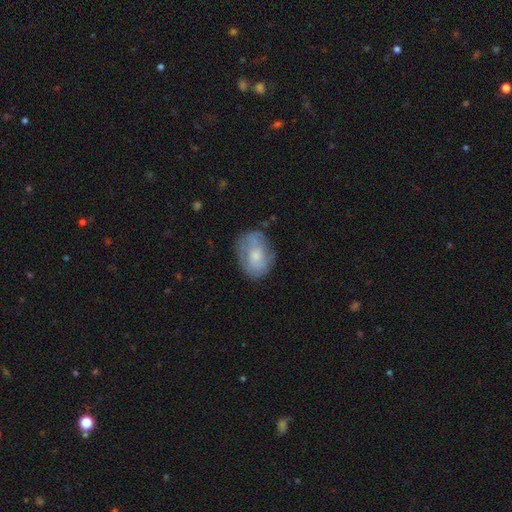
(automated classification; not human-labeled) smooth_or_featured: smooth (p=0.48) [alt: featured or disk p=0.45]
merging: none (p=0.68) [alt: minor disturbance p=0.22]